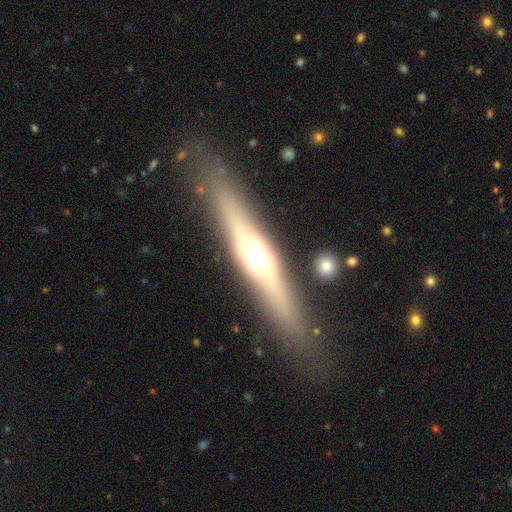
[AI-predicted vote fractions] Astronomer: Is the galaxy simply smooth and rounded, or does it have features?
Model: featured or disk — 65%.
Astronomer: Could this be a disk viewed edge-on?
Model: yes — 90%.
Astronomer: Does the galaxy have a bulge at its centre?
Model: rounded — 87%.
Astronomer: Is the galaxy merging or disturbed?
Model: none — 83%.